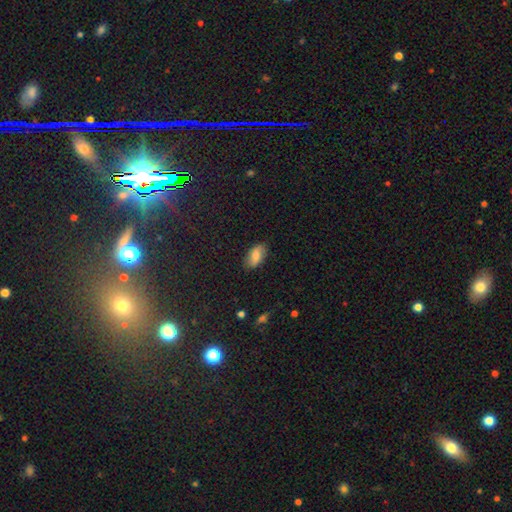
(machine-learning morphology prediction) smooth_or_featured: smooth (p=0.72) [alt: featured or disk p=0.19]
how_rounded: in between (p=0.92) [alt: cigar-shaped p=0.04]
merging: none (p=0.83) [alt: minor disturbance p=0.13]